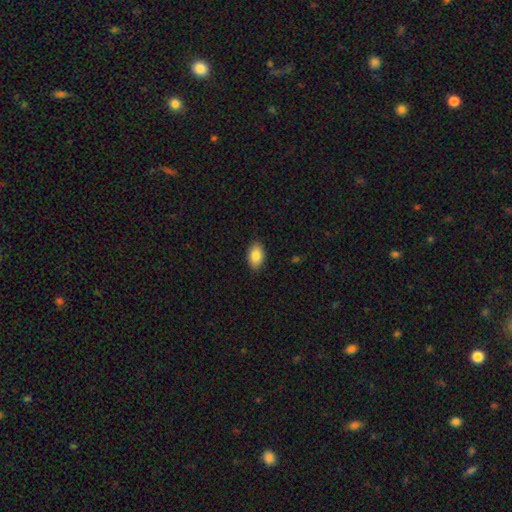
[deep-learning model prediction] Smooth or featured? smooth (85%)
How rounded? in between (92%)
Merging? none (88%)